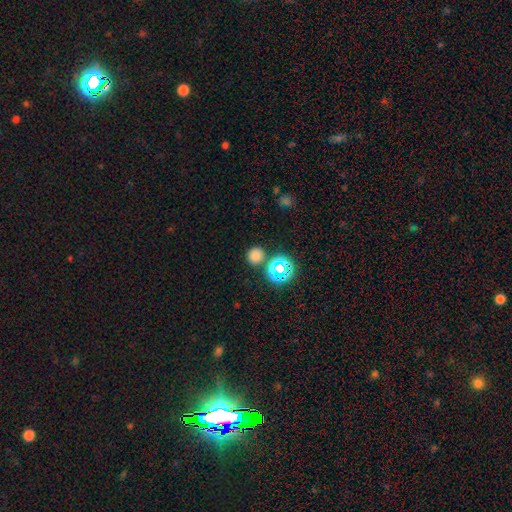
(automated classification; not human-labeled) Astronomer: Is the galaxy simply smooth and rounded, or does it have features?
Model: smooth — 71%.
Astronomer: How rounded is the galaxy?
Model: round — 89%.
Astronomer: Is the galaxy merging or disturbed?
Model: none — 83%.